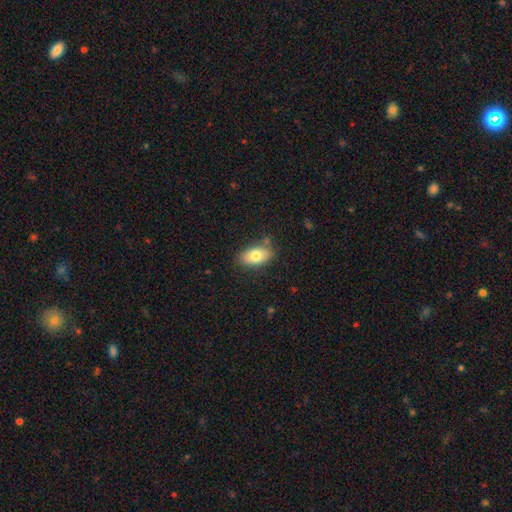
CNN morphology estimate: Smooth or featured? Predicted: smooth (p=0.79). How rounded? Predicted: in between (p=0.91). Merging? Predicted: none (p=0.80).